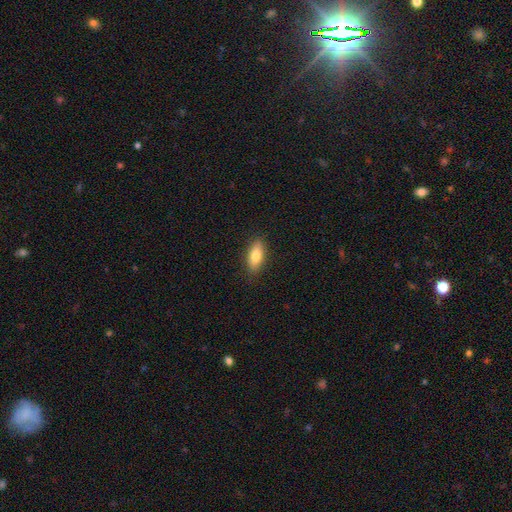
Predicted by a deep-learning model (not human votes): The model was most divided on "smooth or featured": smooth: 78%, featured or disk: 15%, star or artifact: 7%. More confident: merging — none (87%); how rounded — in between (80%).